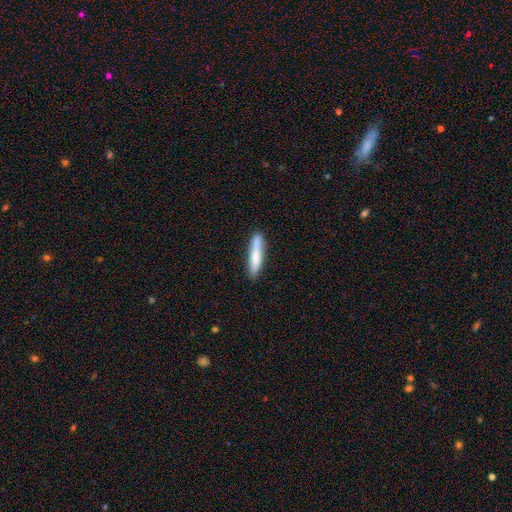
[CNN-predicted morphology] Smooth or featured: smooth — 73% (featured or disk — 21%)
How rounded: cigar-shaped — 86% (in between — 12%)
Merging: none — 78% (minor disturbance — 15%)